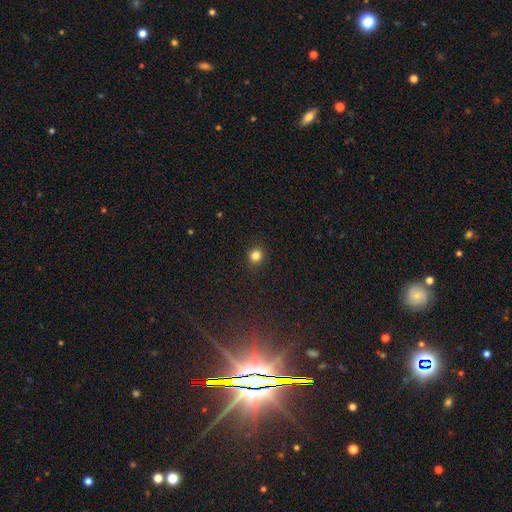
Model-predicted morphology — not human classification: Smooth or featured? smooth (83%)
How rounded? round (89%)
Merging? none (91%)